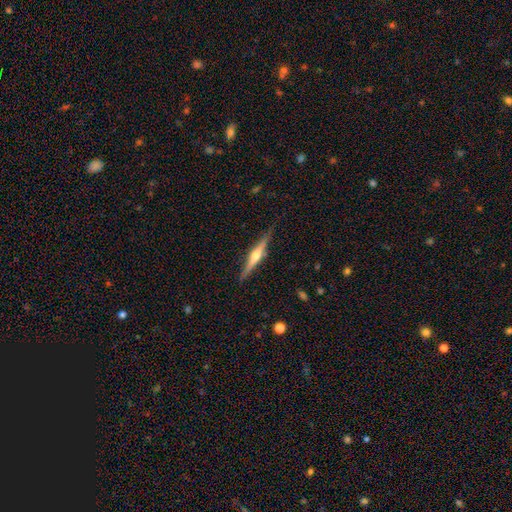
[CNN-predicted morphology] A featured or disk galaxy (73%) viewed edge-on (98%) with a rounded central bulge (88%). Merging: none (87%).